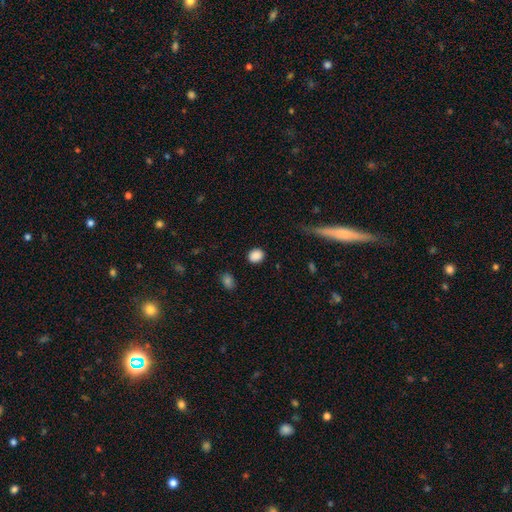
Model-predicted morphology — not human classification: This appears to be a smooth galaxy with no disk features (88%) that is round (57%). Merging: none (88%).